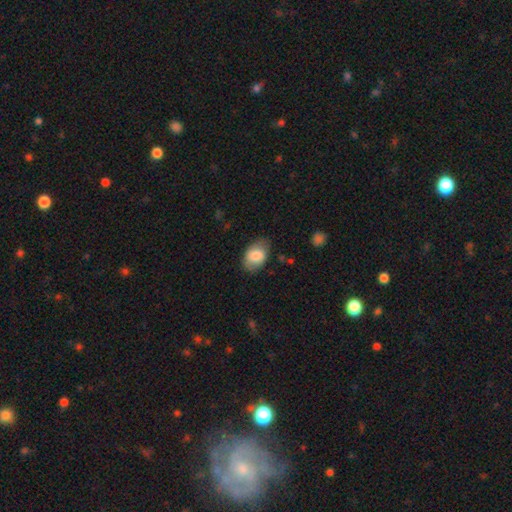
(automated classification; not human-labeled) smooth-or-featured: smooth: 79% | featured or disk: 14% | star or artifact: 6%
  how-rounded: in between: 87% | round: 12% | cigar-shaped: 1%
  merging: none: 73% | minor disturbance: 20% | major disturbance: 5% | merger: 1%